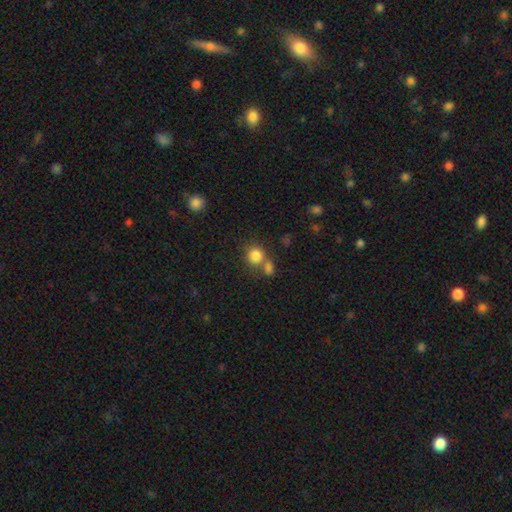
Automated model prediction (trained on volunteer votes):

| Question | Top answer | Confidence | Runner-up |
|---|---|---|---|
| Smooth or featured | smooth | 83% | star or artifact (11%) |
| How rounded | round | 84% | in between (15%) |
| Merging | none | 54% | merger (32%) |